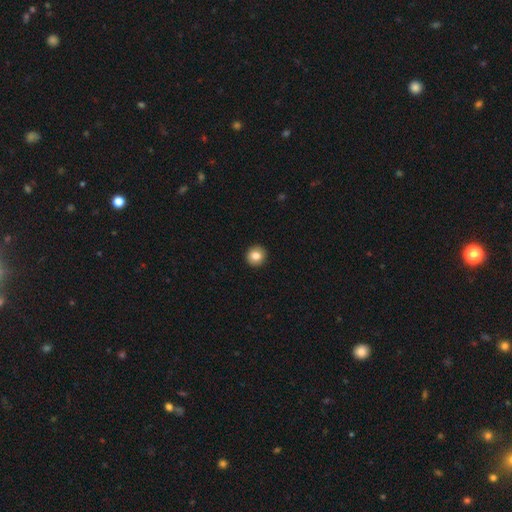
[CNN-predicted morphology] This is clearly a smooth galaxy (84%). How rounded: clearly round (94%). Merging: clearly none (94%).